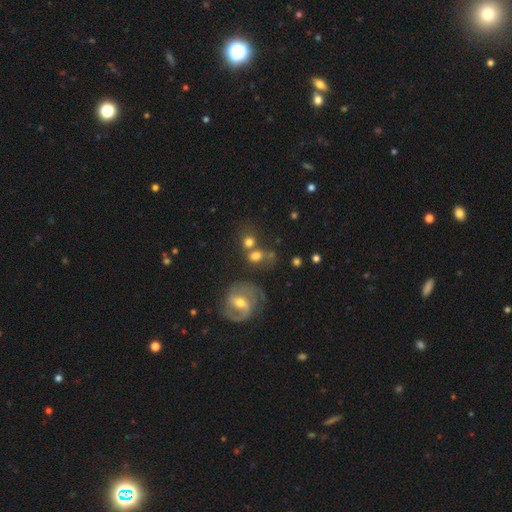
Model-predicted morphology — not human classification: This is likely a smooth galaxy (62%). How rounded: possibly round (60%). Merging: possibly none (50%).